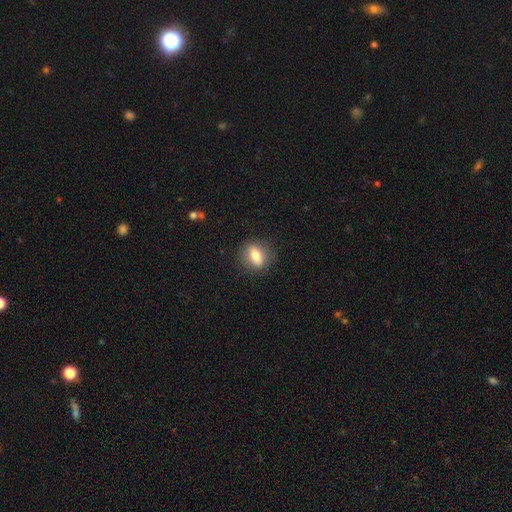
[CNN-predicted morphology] Smooth or featured? Predicted: smooth (p=0.73). How rounded? Predicted: in between (p=0.60). Merging? Predicted: none (p=0.86).